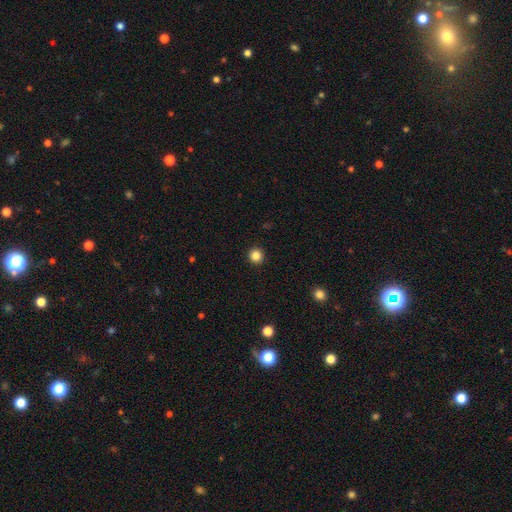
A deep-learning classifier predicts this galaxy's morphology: smooth 85%, star or artifact 11%, featured or disk 3%. Down the decision tree: how rounded — round (95%); merging — none (93%).